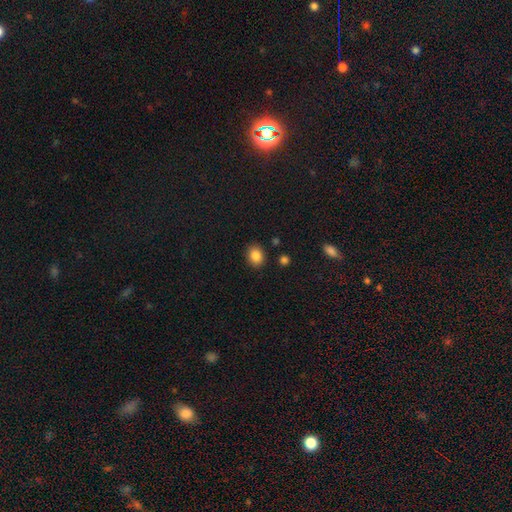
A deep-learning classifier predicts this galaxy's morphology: type=smooth (85%); roundness=round (54%); merging=none (87%).